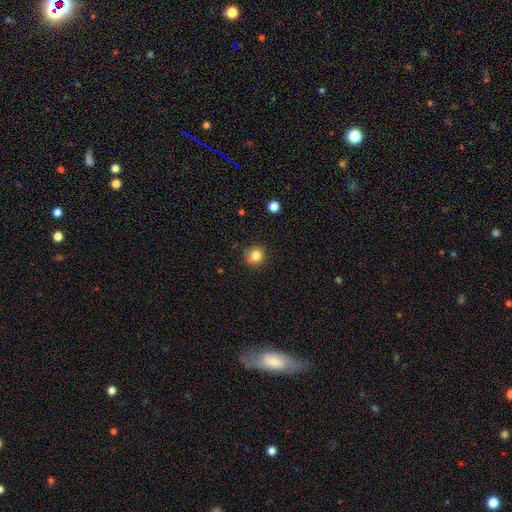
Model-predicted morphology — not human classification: smooth 82%, star or artifact 11%, featured or disk 7%. Down the decision tree: how rounded — round (91%); merging — none (82%).